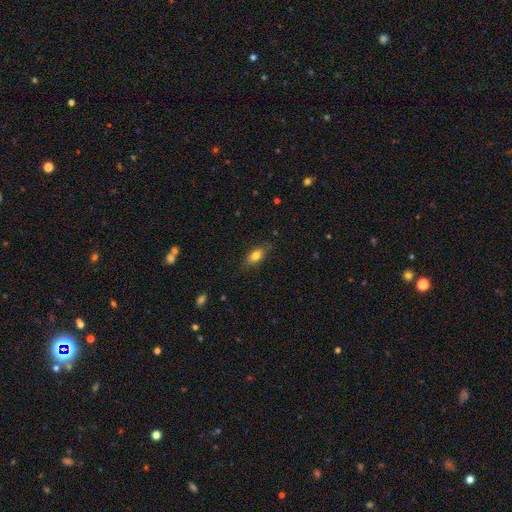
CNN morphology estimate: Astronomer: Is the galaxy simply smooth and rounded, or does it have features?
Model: smooth — 80%.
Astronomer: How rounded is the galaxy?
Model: in between — 84%.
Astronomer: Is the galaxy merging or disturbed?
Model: none — 81%.